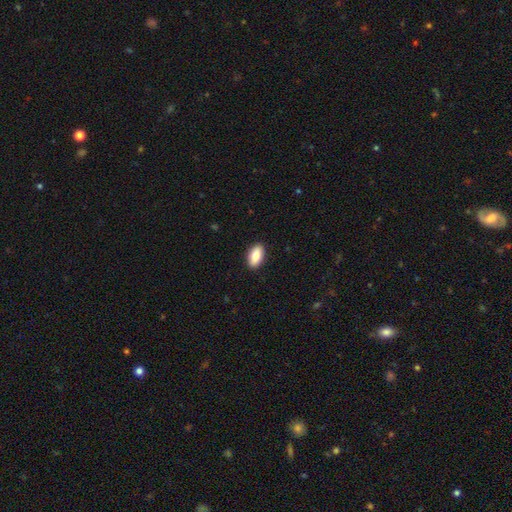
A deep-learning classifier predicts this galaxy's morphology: type=smooth (83%); roundness=in between (91%); merging=none (90%).